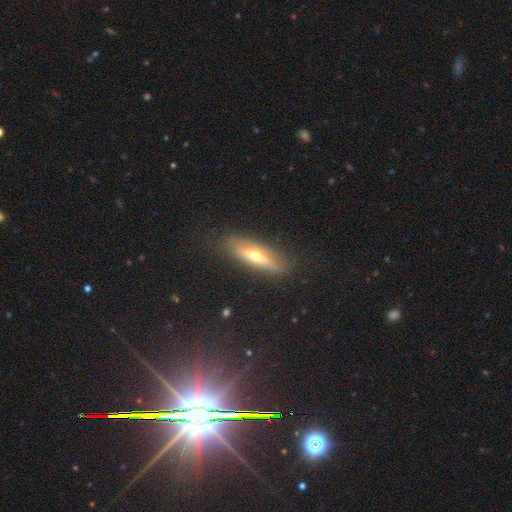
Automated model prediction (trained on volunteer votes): smooth_or_featured: featured or disk (p=0.59) [alt: smooth p=0.31]
disk_edge_on: yes (p=0.78) [alt: no p=0.22]
merging: none (p=0.83) [alt: minor disturbance p=0.12]